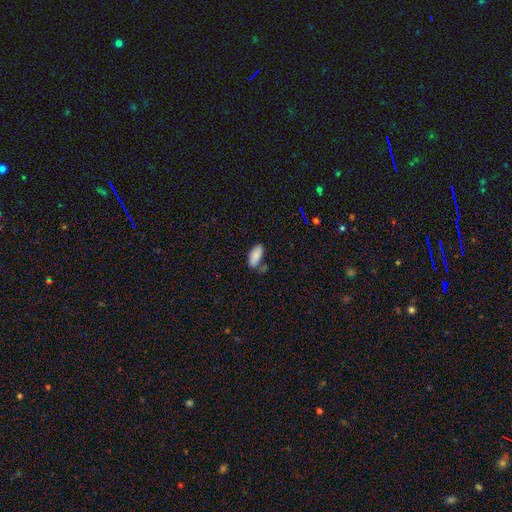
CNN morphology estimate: This appears to be a smooth galaxy with no disk features (88%) that is in between round and cigar-shaped (89%). Merging: none (67%).